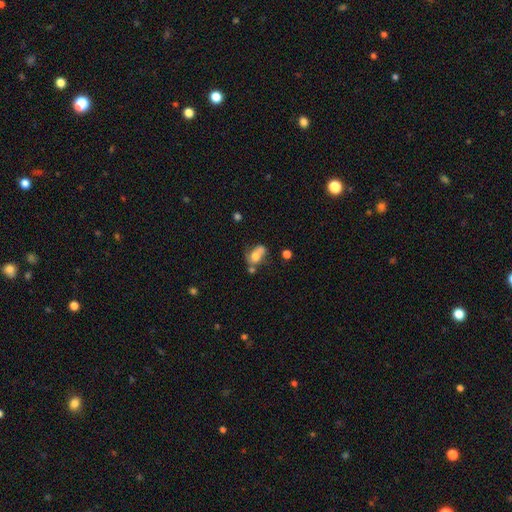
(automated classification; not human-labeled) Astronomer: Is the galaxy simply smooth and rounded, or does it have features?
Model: smooth — 54% (runner-up: featured or disk, 35%).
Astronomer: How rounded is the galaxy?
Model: in between — 70%.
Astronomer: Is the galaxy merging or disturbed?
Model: merger — 34% (runner-up: none, 29%).